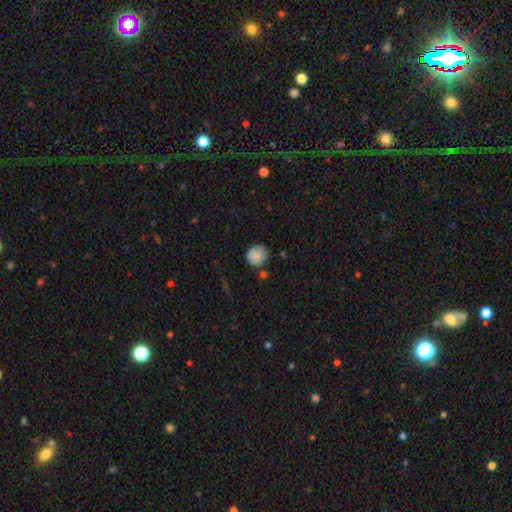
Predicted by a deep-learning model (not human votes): Smooth or featured? Predicted: smooth (p=0.87). How rounded? Predicted: round (p=0.88). Merging? Predicted: none (p=0.76).